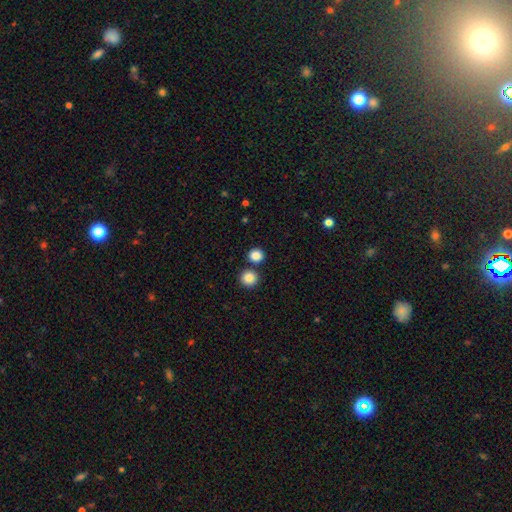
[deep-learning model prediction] smooth_or_featured: smooth (p=0.85) [alt: star or artifact p=0.11]
how_rounded: round (p=0.89) [alt: in between p=0.10]
merging: none (p=0.77) [alt: merger p=0.14]